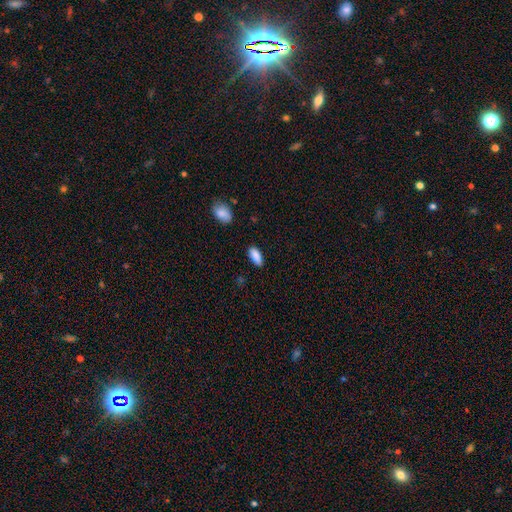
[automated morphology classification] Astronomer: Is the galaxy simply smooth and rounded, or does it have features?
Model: smooth — 89%.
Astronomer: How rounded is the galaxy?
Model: in between — 85%.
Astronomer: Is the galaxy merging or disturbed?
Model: none — 81%.